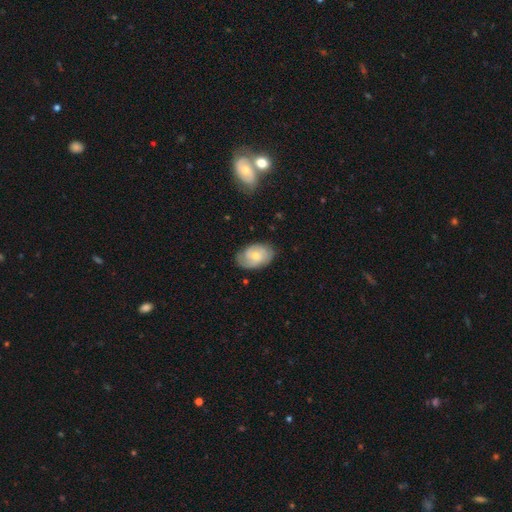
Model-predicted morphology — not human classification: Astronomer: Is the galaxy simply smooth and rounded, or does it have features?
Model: featured or disk — 48% (runner-up: smooth, 45%).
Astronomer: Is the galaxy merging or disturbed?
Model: none — 75%.